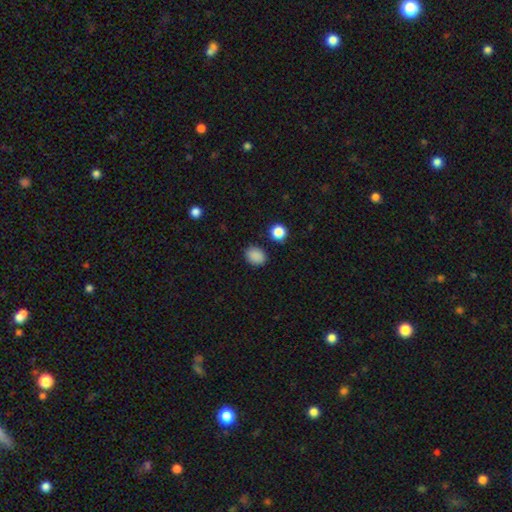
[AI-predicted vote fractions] Morphology: type=smooth (87%); roundness=in between (56%); merging=none (85%).